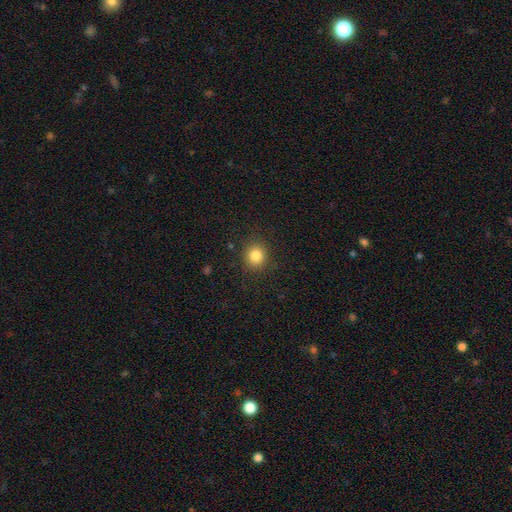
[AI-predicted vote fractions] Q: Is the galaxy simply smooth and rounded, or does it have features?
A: smooth — 83%.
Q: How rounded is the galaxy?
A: round — 85%.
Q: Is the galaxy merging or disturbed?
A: none — 89%.